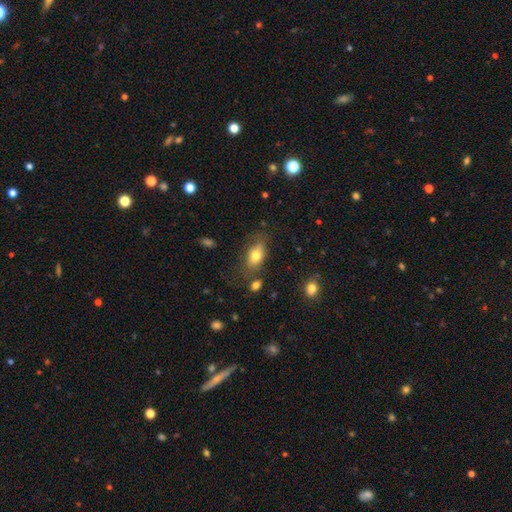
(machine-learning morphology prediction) type=smooth (76%); roundness=in between (86%); merging=none (66%).